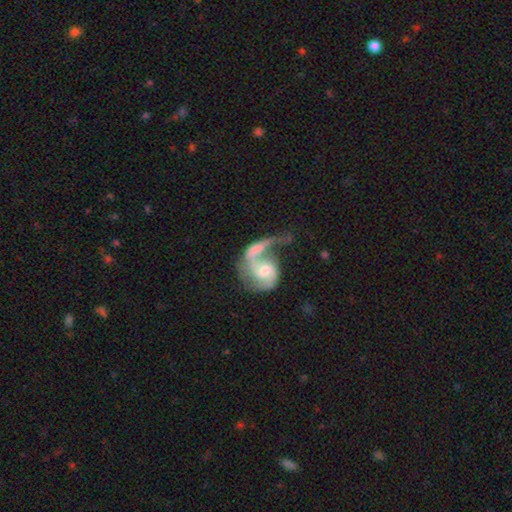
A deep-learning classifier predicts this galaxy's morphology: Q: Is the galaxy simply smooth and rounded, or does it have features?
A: featured or disk — 80%.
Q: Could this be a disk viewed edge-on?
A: no — 97%.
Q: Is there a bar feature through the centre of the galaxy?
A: no — 53%.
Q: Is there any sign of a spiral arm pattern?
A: yes — 91%.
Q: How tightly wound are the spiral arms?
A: loose — 45%.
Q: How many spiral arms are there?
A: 2 — 60%.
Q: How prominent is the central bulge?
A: moderate — 51%.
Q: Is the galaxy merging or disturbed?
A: merger — 42%.